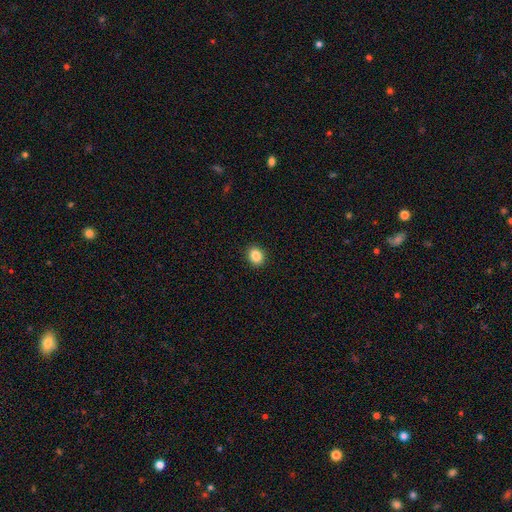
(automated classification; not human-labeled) Smooth or featured?
  - smooth: 87% *
  - star or artifact: 9%
  - featured or disk: 4%
How rounded?
  - round: 51% *
  - in between: 48%
  - cigar-shaped: 1%
Merging?
  - none: 91% *
  - minor disturbance: 6%
  - major disturbance: 2%
  - merger: 1%